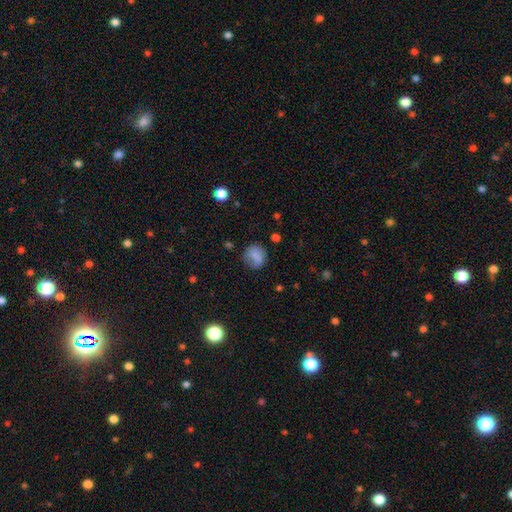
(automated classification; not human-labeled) Smooth or featured?
  - smooth: 75% *
  - featured or disk: 15%
  - star or artifact: 10%
How rounded?
  - round: 75% *
  - in between: 24%
  - cigar-shaped: 1%
Merging?
  - none: 68% *
  - minor disturbance: 21%
  - major disturbance: 9%
  - merger: 2%